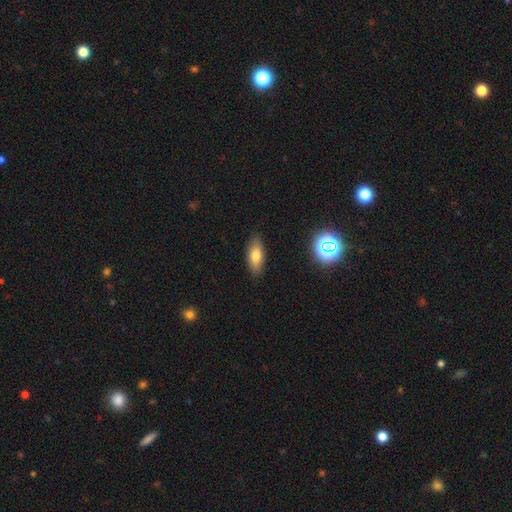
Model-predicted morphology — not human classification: Q: Smooth or featured?
A: smooth (75%); runner-up: featured or disk (16%)
Q: How rounded?
A: in between (79%); runner-up: cigar-shaped (17%)
Q: Merging?
A: none (87%); runner-up: minor disturbance (10%)